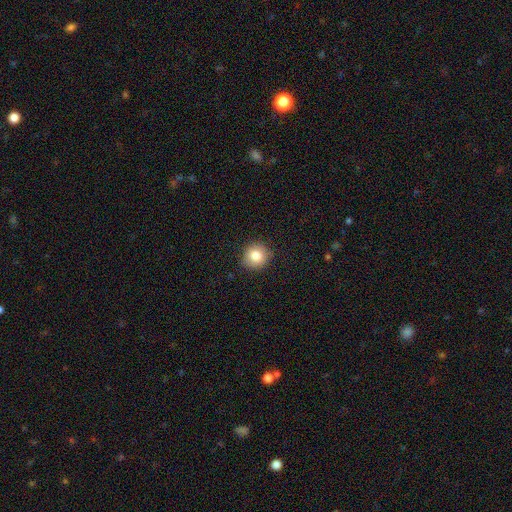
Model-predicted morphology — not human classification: type=smooth (82%); roundness=round (90%); merging=none (86%).